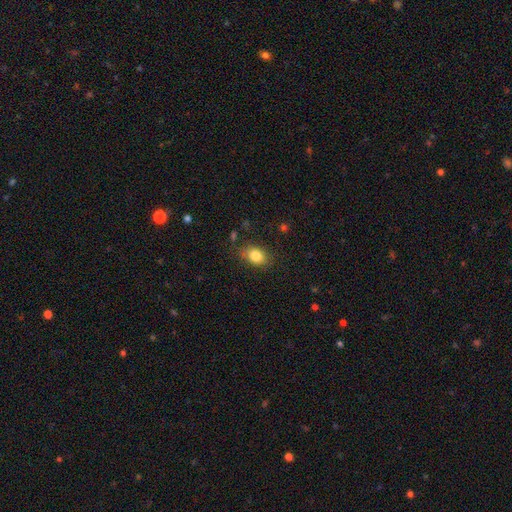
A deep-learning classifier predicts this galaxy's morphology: Smooth or featured? smooth (83%)
How rounded? in between (73%)
Merging? none (80%)